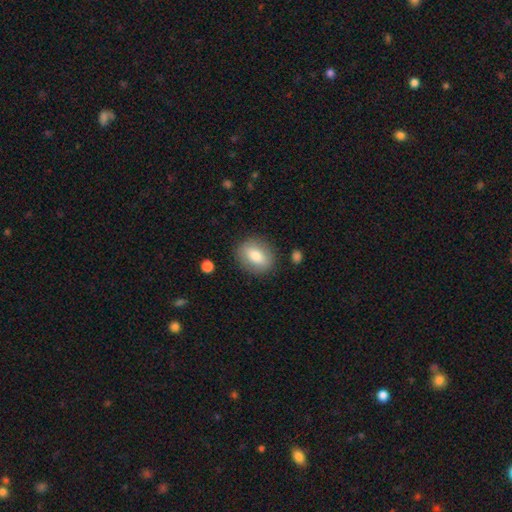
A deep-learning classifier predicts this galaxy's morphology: A smooth galaxy with no disk features (77%) that is in between round and cigar-shaped (58%). Merging: none (84%).